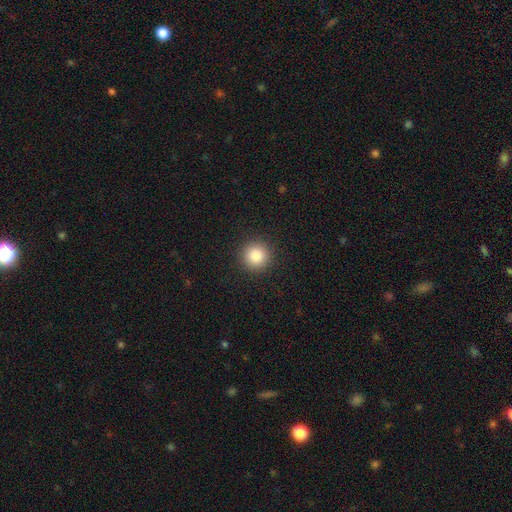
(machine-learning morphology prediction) Q: Smooth or featured?
A: smooth (85%); runner-up: star or artifact (10%)
Q: How rounded?
A: round (95%); runner-up: in between (4%)
Q: Merging?
A: none (92%); runner-up: minor disturbance (5%)